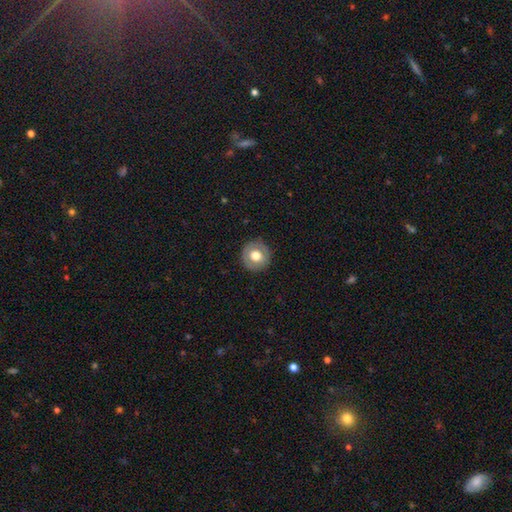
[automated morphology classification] Smooth or featured? smooth (67%)
How rounded? round (94%)
Merging? none (90%)